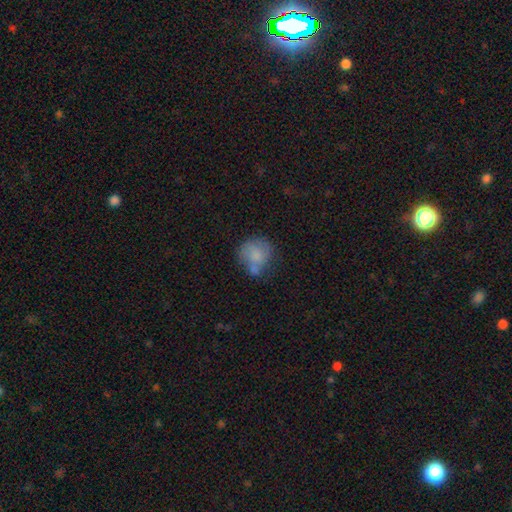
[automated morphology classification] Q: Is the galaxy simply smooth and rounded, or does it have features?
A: smooth — 74%.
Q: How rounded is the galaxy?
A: round — 79%.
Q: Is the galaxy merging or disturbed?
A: none — 45%.